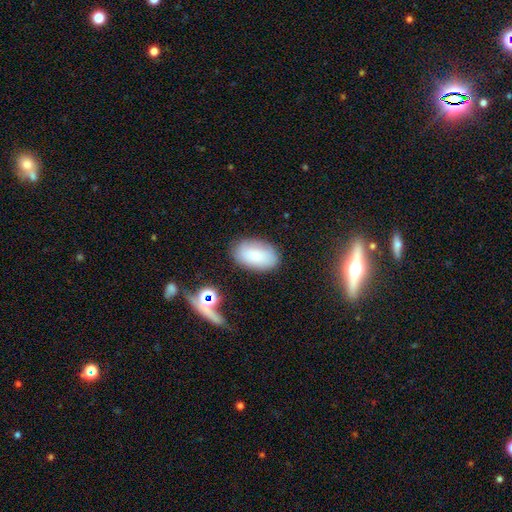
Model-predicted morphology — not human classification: Smooth or featured? Predicted: smooth (p=0.73). How rounded? Predicted: in between (p=0.92). Merging? Predicted: none (p=0.79).